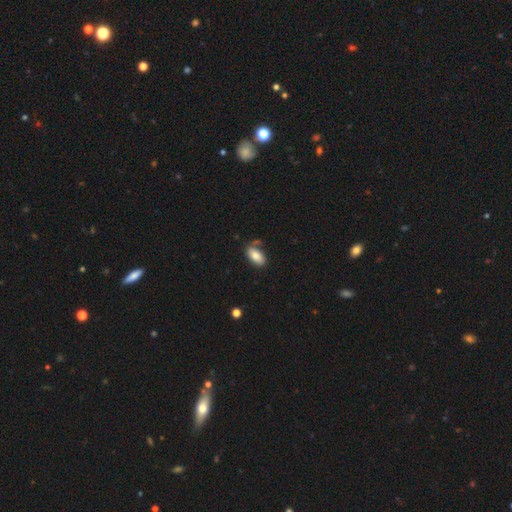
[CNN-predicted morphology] Q: Smooth or featured?
A: smooth (84%); runner-up: featured or disk (9%)
Q: How rounded?
A: in between (93%); runner-up: cigar-shaped (4%)
Q: Merging?
A: none (69%); runner-up: minor disturbance (17%)